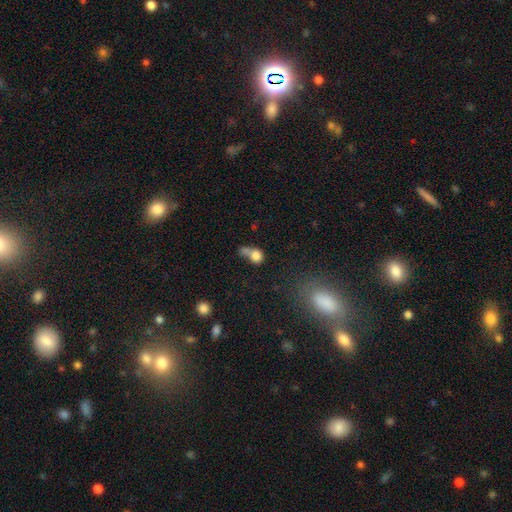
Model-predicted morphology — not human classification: A smooth galaxy with no disk features (76%) that is round (66%).

Vote fractions:
- Smooth or featured? smooth: 76% / featured or disk: 12% / star or artifact: 12%
- How rounded? round: 66% / in between: 32% / cigar-shaped: 2%
- Merging? merger: 45% / none: 27% / minor disturbance: 14% / major disturbance: 14%